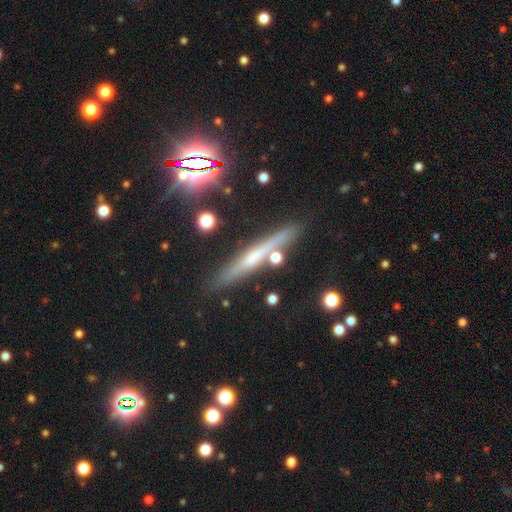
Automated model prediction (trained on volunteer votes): Smooth or featured? featured or disk (51%)
Edge-on disk? yes (94%)
Merging? none (80%)